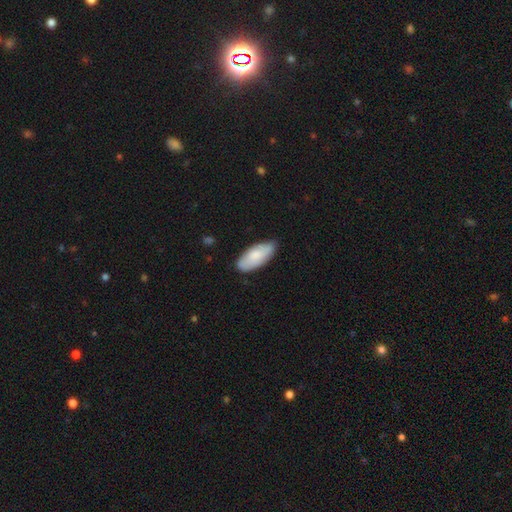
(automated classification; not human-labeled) Overall: smooth (78%). How rounded: in between (89%). Merging: none (76%).